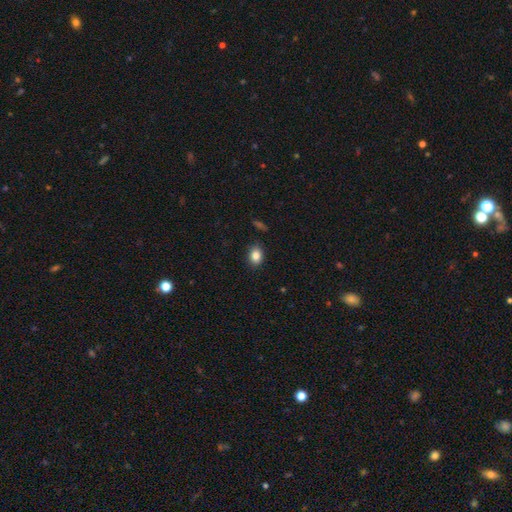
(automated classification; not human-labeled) Q: Smooth or featured?
A: smooth (85%); runner-up: star or artifact (9%)
Q: How rounded?
A: in between (67%); runner-up: round (32%)
Q: Merging?
A: none (87%); runner-up: minor disturbance (9%)